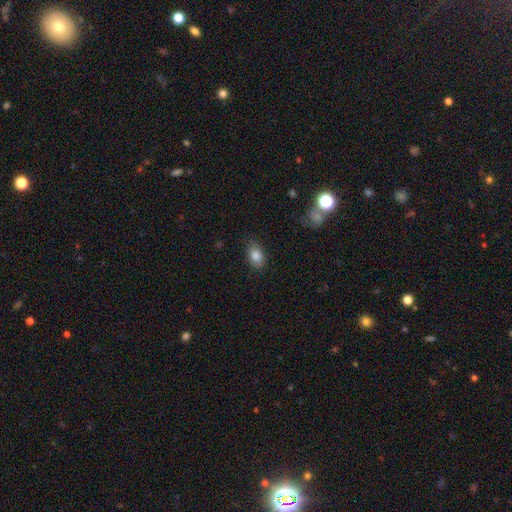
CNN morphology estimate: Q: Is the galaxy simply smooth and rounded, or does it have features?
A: smooth — 84%.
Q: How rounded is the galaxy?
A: in between — 82%.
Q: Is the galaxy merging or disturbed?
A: none — 82%.